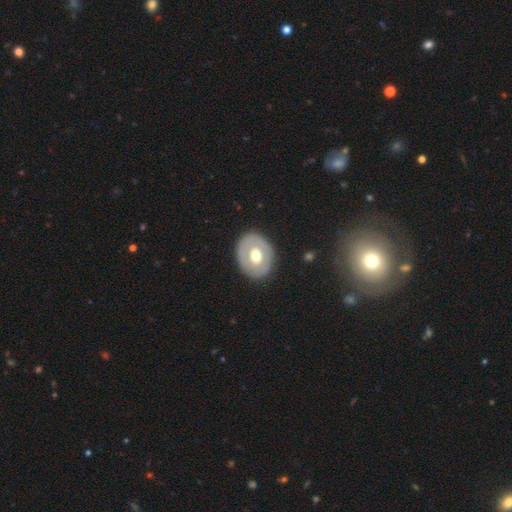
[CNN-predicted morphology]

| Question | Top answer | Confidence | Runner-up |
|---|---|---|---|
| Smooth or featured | featured or disk | 48% | smooth (46%) |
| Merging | none | 84% | minor disturbance (11%) |